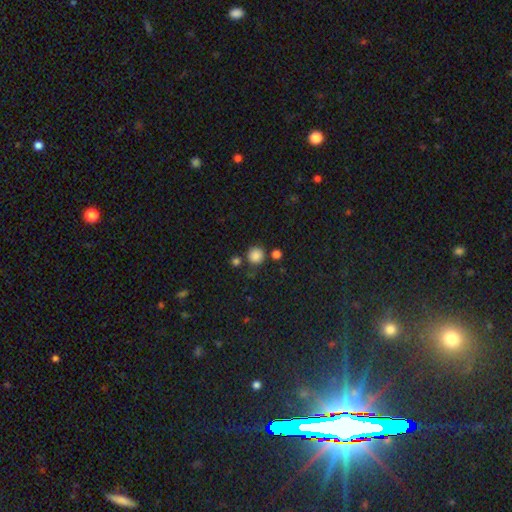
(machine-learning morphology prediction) Smooth or featured? Predicted: smooth (p=0.85). How rounded? Predicted: round (p=0.93). Merging? Predicted: none (p=0.80).